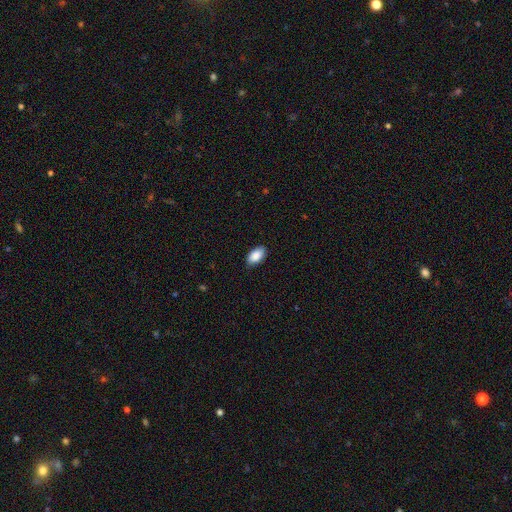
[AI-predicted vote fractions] Q: Smooth or featured?
A: smooth (89%); runner-up: star or artifact (7%)
Q: How rounded?
A: in between (95%); runner-up: round (3%)
Q: Merging?
A: none (86%); runner-up: minor disturbance (11%)